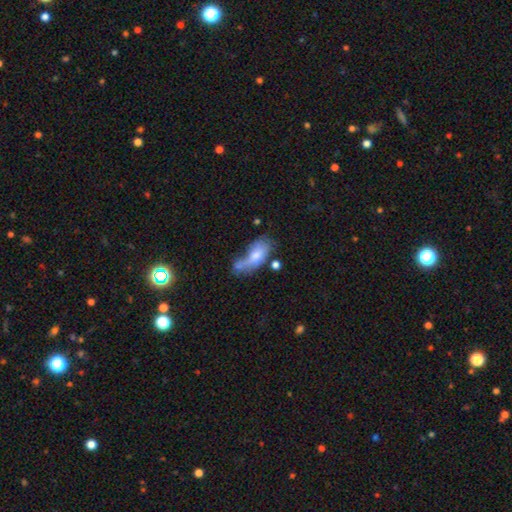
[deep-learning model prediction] A smooth galaxy with no disk features (62%) that is in between round and cigar-shaped (83%). Merging: merger (36%).